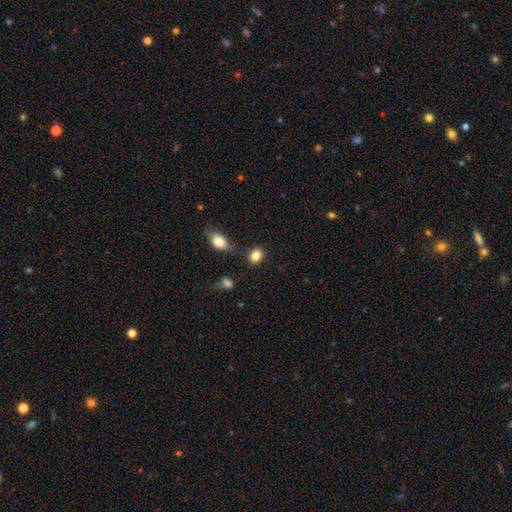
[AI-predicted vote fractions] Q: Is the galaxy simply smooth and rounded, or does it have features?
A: smooth — 84%.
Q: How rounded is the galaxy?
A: in between — 50%.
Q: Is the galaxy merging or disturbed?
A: none — 78%.